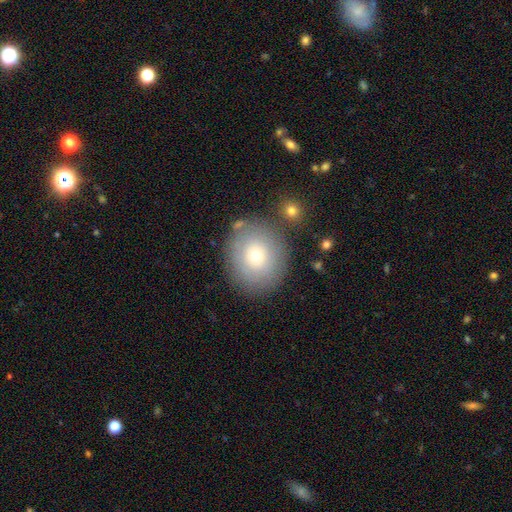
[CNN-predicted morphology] Q: Smooth or featured?
A: smooth (64%); runner-up: featured or disk (25%)
Q: How rounded?
A: round (75%); runner-up: in between (24%)
Q: Merging?
A: none (80%); runner-up: minor disturbance (12%)